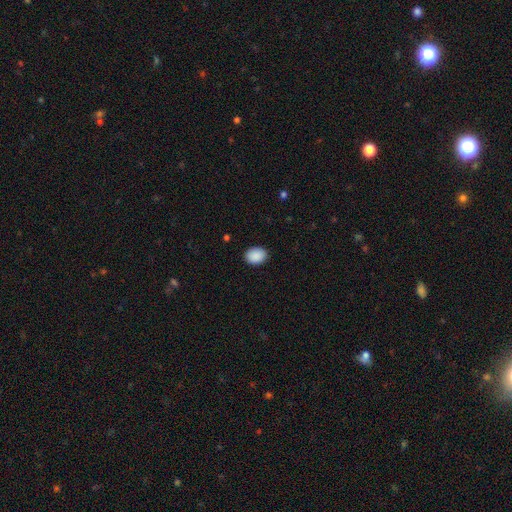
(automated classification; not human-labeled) This appears to be a smooth galaxy with no disk features (90%) that is in between round and cigar-shaped (61%). Merging: none (89%).